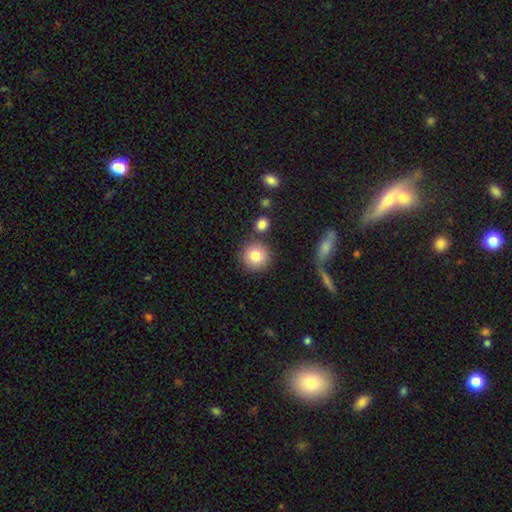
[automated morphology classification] A smooth galaxy with no disk features (82%) that is round (92%). Merging: none (81%).